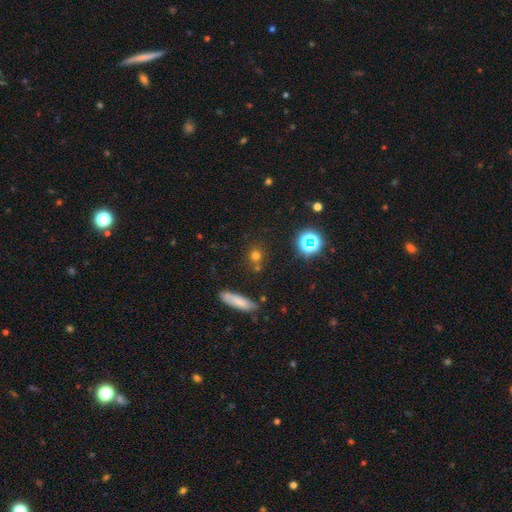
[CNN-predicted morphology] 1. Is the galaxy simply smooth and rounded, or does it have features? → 65% smooth, 25% star or artifact, 9% featured or disk.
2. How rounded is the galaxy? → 81% round, 14% in between, 4% cigar-shaped.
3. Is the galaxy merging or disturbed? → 76% none, 10% merger, 10% minor disturbance, 4% major disturbance.